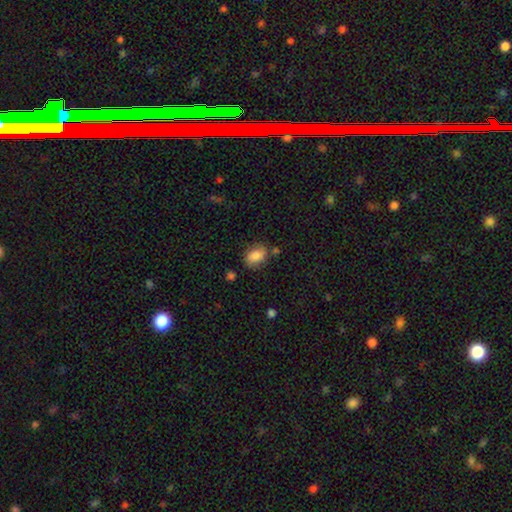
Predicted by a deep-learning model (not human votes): The model was most divided on "merging": none: 73%, minor disturbance: 18%, merger: 5%, major disturbance: 5%. More confident: smooth or featured — smooth (83%); how rounded — in between (78%).